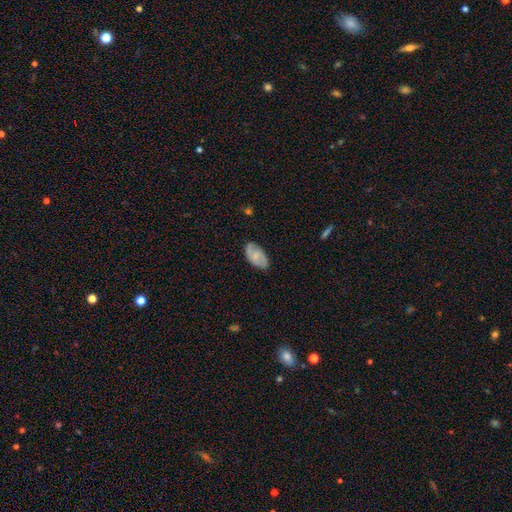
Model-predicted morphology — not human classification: A smooth galaxy with no disk features (55%) that is in between round and cigar-shaped (94%). Merging: none (79%).